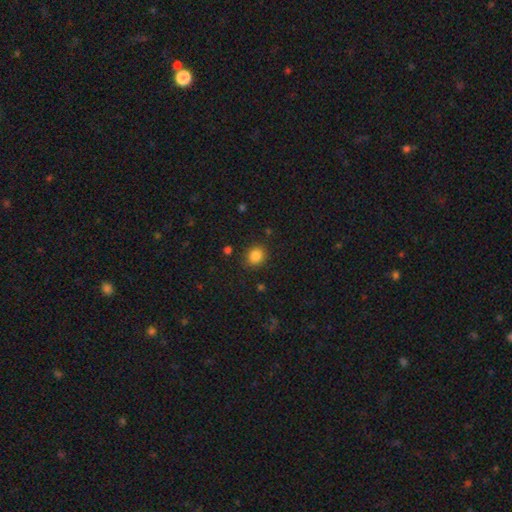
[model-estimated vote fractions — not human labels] This is clearly a smooth galaxy (84%). How rounded: likely round (75%). Merging: clearly none (87%).